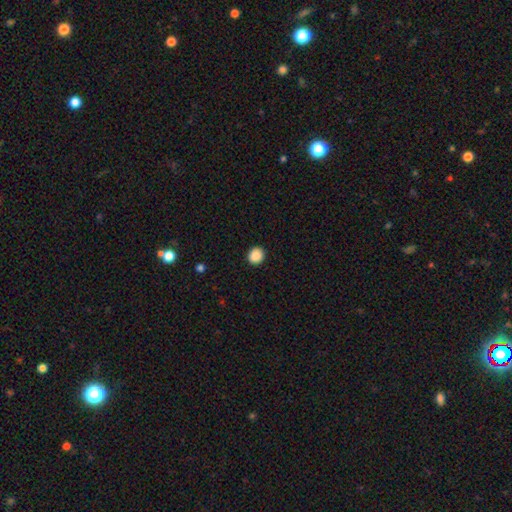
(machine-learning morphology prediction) Smooth or featured: smooth — 89% (star or artifact — 9%)
How rounded: round — 81% (in between — 18%)
Merging: none — 92% (minor disturbance — 5%)